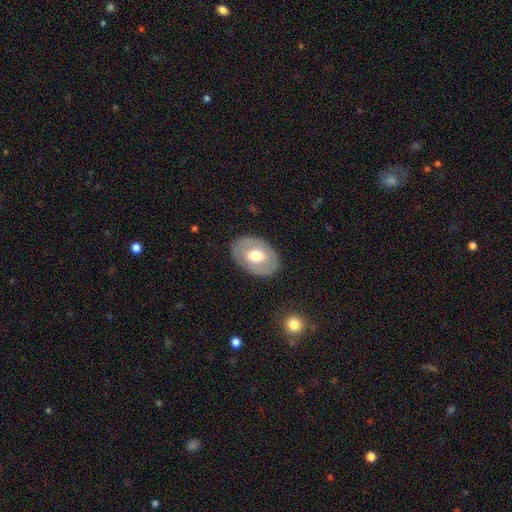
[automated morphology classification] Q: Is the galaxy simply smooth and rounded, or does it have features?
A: smooth — 51%.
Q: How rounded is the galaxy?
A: in between — 79%.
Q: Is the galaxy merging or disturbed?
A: none — 84%.